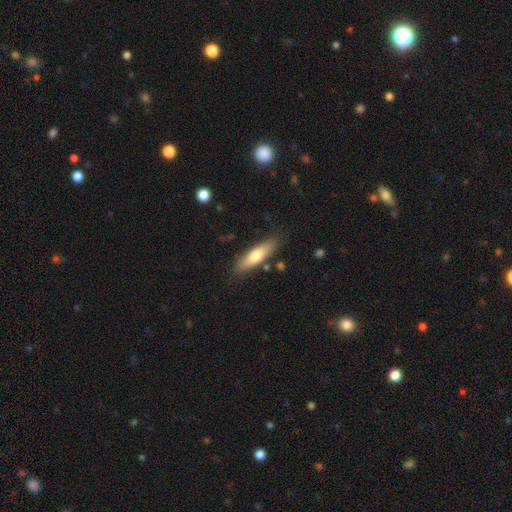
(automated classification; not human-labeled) A smooth galaxy with no disk features (67%) that is cigar-shaped (59%).

Vote fractions:
- Smooth or featured? smooth: 67% / featured or disk: 27% / star or artifact: 6%
- How rounded? cigar-shaped: 59% / in between: 40% / round: 2%
- Merging? none: 83% / minor disturbance: 12% / merger: 3% / major disturbance: 2%